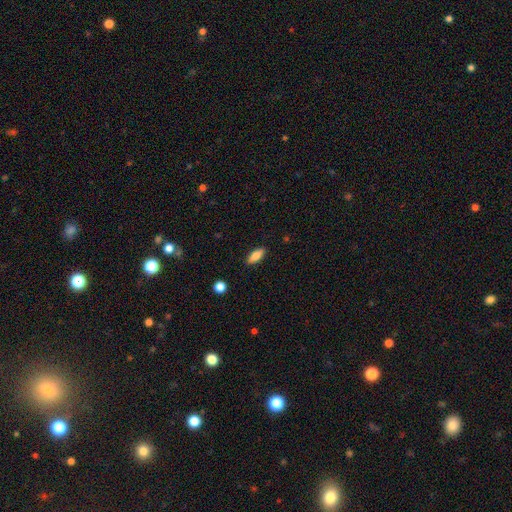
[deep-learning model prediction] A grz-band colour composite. It shows a smooth galaxy with no disk features (83%) that is in between round and cigar-shaped (79%). Merging: none (88%).